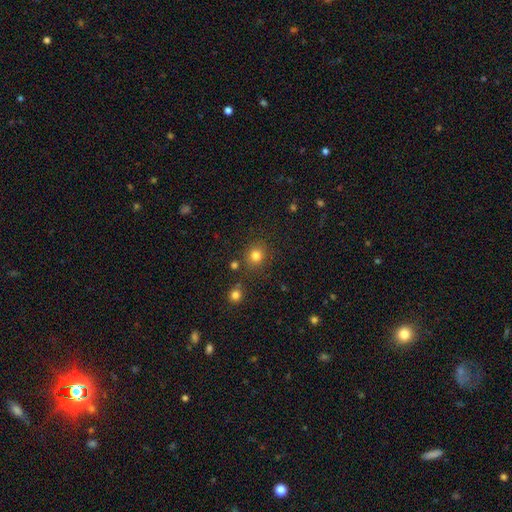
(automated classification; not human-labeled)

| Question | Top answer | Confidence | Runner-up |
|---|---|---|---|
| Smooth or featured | smooth | 81% | star or artifact (14%) |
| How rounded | round | 85% | in between (14%) |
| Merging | none | 83% | minor disturbance (9%) |